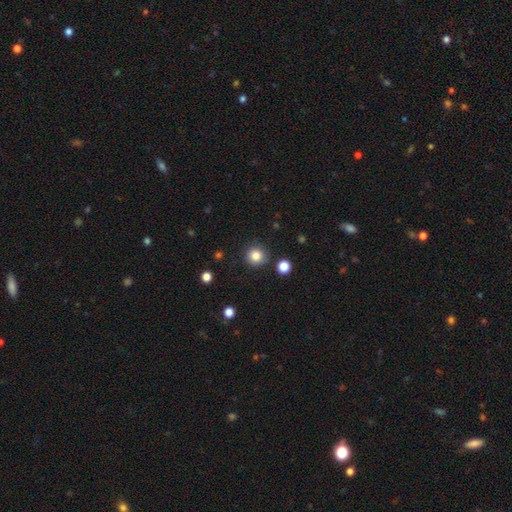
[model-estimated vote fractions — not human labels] Q: Smooth or featured?
A: smooth (84%); runner-up: star or artifact (11%)
Q: How rounded?
A: round (93%); runner-up: in between (6%)
Q: Merging?
A: none (88%); runner-up: minor disturbance (7%)